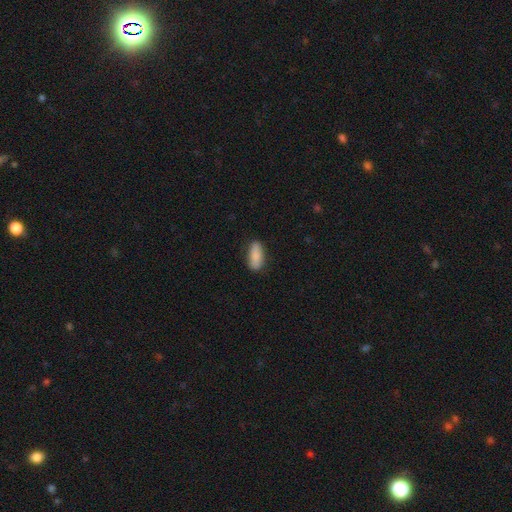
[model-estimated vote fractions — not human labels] A smooth galaxy with no disk features (85%) that is in between round and cigar-shaped (80%).

Vote fractions:
- Smooth or featured? smooth: 85% / featured or disk: 9% / star or artifact: 6%
- How rounded? in between: 80% / cigar-shaped: 18% / round: 2%
- Merging? none: 82% / minor disturbance: 14% / major disturbance: 3% / merger: 1%